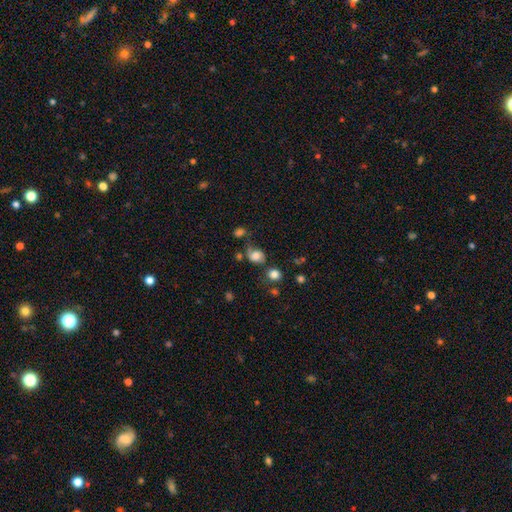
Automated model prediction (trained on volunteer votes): This appears to be a smooth galaxy with no disk features (69%) that is round (60%). Merging: none (49%).